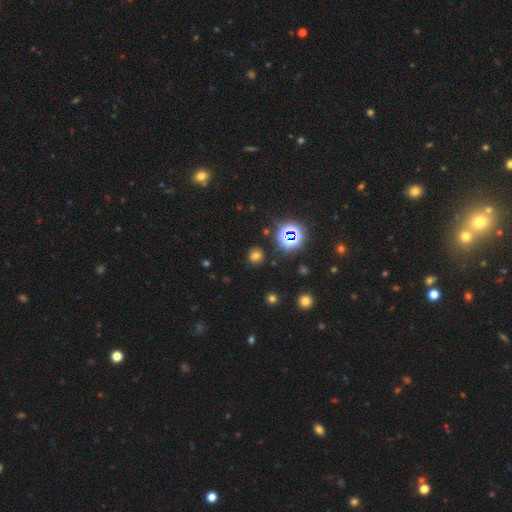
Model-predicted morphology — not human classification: Smooth or featured?
  - smooth: 63% *
  - star or artifact: 29%
  - featured or disk: 7%
How rounded?
  - round: 77% *
  - in between: 22%
  - cigar-shaped: 1%
Merging?
  - none: 84% *
  - minor disturbance: 10%
  - major disturbance: 3%
  - merger: 3%